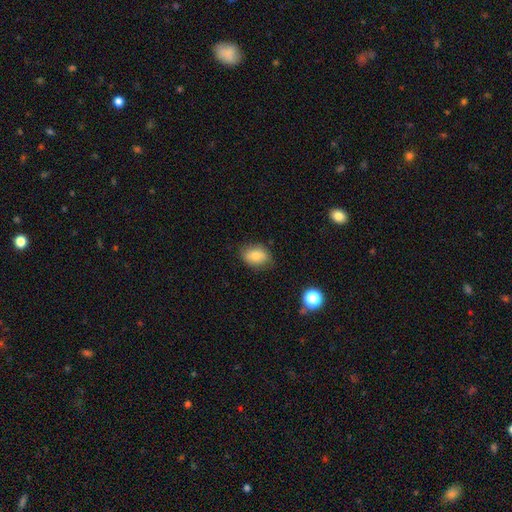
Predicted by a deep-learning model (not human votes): The model was most divided on "how rounded": in between: 74%, round: 25%, cigar-shaped: 1%. More confident: merging — none (79%); smooth or featured — smooth (78%).